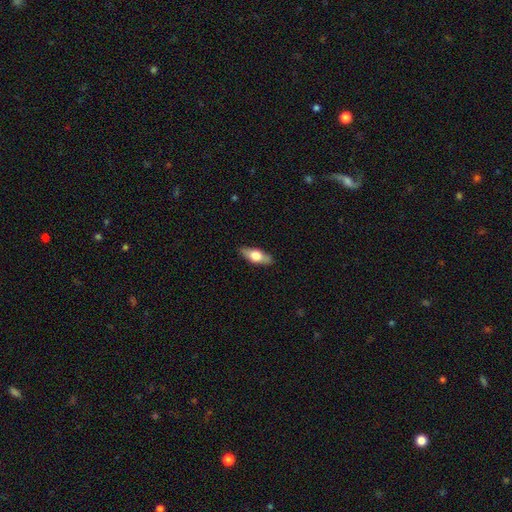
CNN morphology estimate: Q: Smooth or featured?
A: smooth (59%); runner-up: featured or disk (35%)
Q: How rounded?
A: in between (71%); runner-up: cigar-shaped (26%)
Q: Merging?
A: none (85%); runner-up: minor disturbance (11%)